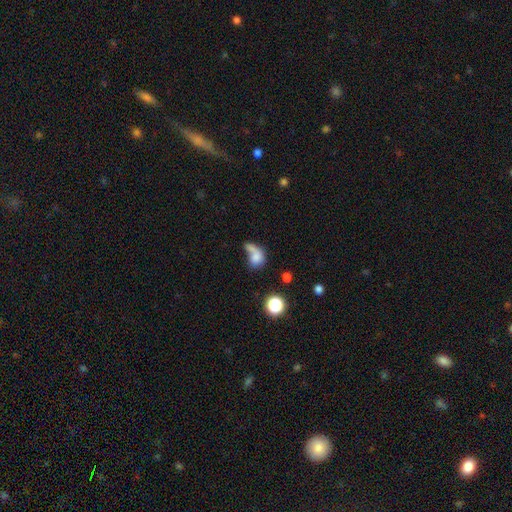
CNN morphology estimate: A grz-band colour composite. It shows a smooth galaxy with no disk features (69%) that is in between round and cigar-shaped (57%). Merging: merger (38%).